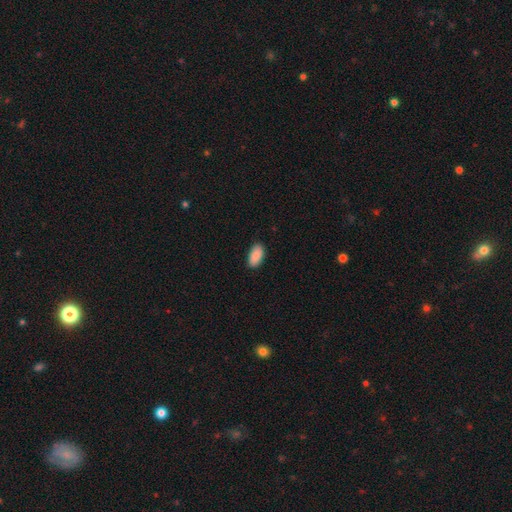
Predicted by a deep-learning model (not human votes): Smooth or featured? smooth (91%)
How rounded? in between (94%)
Merging? none (87%)